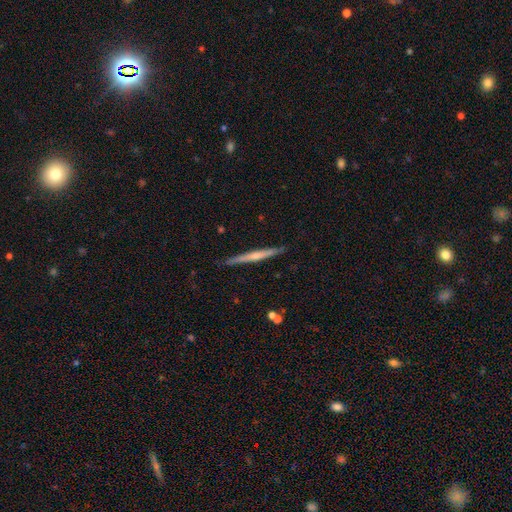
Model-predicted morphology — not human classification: Q: Smooth or featured?
A: featured or disk (58%); runner-up: smooth (36%)
Q: Edge-on disk?
A: yes (97%); runner-up: no (3%)
Q: Edge-on bulge?
A: none (52%); runner-up: rounded (40%)
Q: Merging?
A: none (88%); runner-up: minor disturbance (9%)